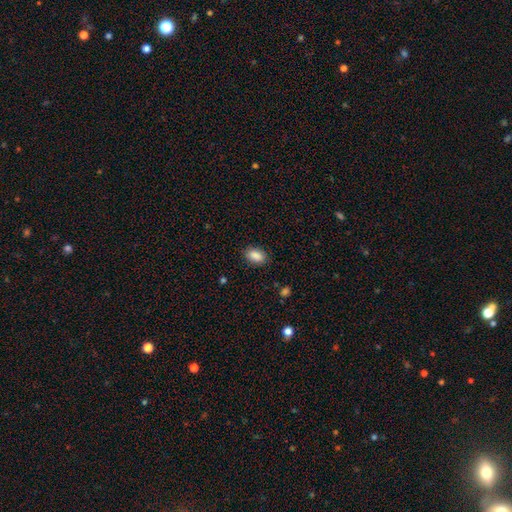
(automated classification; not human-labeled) Smooth or featured: smooth — 88% (star or artifact — 8%)
How rounded: in between — 89% (round — 9%)
Merging: none — 85% (minor disturbance — 11%)